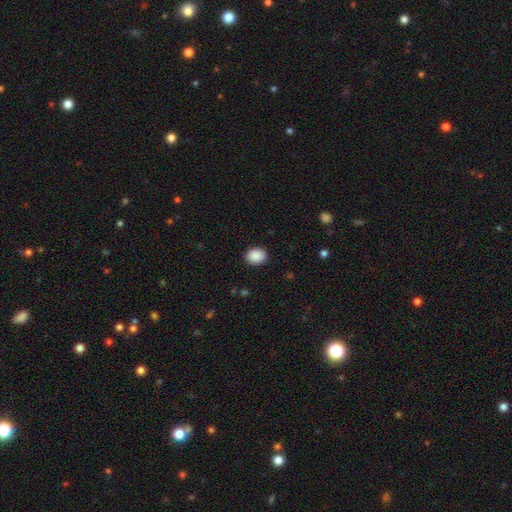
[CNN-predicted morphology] Q: Smooth or featured?
A: smooth (90%); runner-up: star or artifact (8%)
Q: How rounded?
A: round (53%); runner-up: in between (46%)
Q: Merging?
A: none (90%); runner-up: minor disturbance (7%)